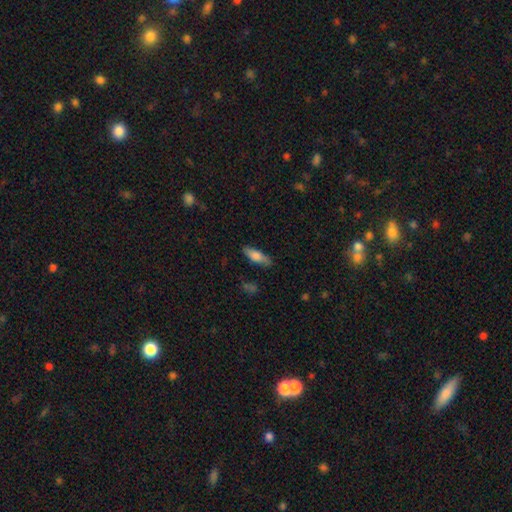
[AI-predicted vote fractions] Smooth or featured? Predicted: smooth (p=0.74). How rounded? Predicted: in between (p=0.58). Merging? Predicted: none (p=0.79).